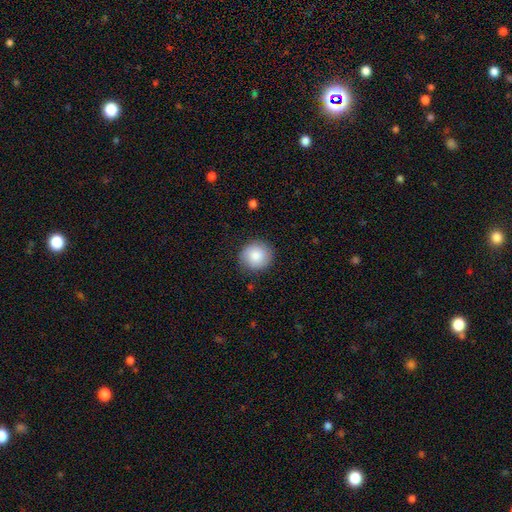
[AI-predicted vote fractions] This is clearly a smooth galaxy (85%). How rounded: clearly round (90%). Merging: clearly none (86%).